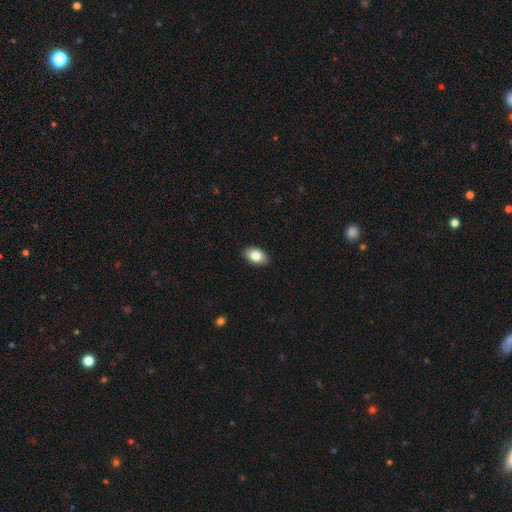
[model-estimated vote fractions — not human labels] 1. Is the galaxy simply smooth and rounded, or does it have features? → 83% smooth, 10% featured or disk, 7% star or artifact.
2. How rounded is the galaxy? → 90% in between, 9% round, 1% cigar-shaped.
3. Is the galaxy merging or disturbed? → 89% none, 8% minor disturbance, 2% major disturbance, 1% merger.